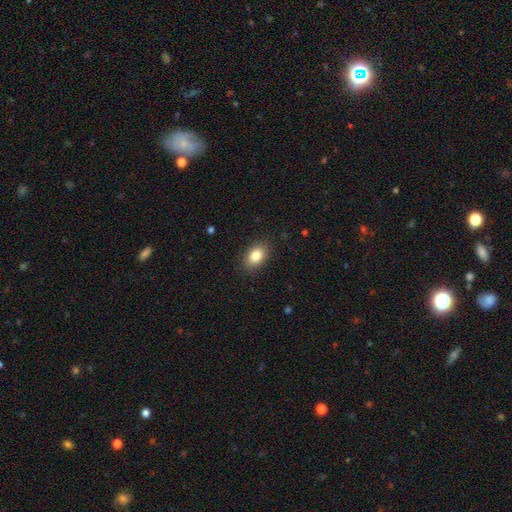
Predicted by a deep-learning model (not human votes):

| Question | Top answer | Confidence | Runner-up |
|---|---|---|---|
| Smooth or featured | smooth | 84% | star or artifact (8%) |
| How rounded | in between | 85% | round (13%) |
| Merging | none | 87% | minor disturbance (9%) |